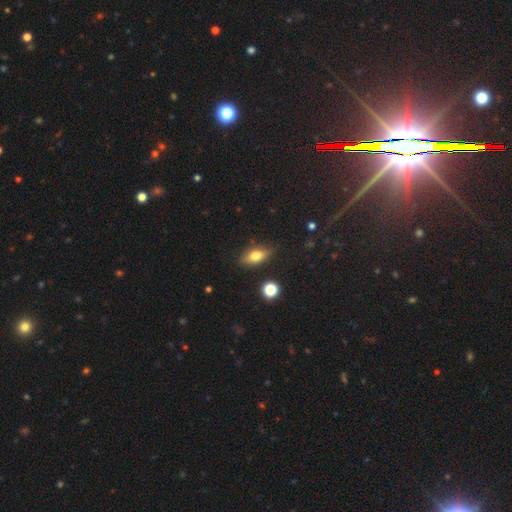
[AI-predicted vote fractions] Smooth or featured? Predicted: smooth (p=0.70). How rounded? Predicted: in between (p=0.77). Merging? Predicted: none (p=0.84).